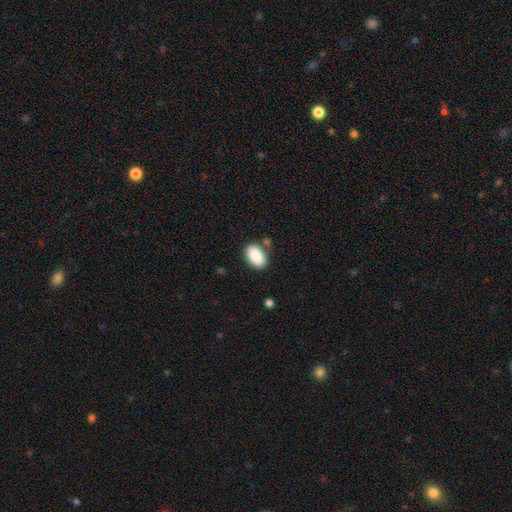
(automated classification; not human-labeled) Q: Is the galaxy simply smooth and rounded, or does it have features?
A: smooth — 89%.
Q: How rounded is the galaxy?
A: in between — 92%.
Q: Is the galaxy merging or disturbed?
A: none — 80%.